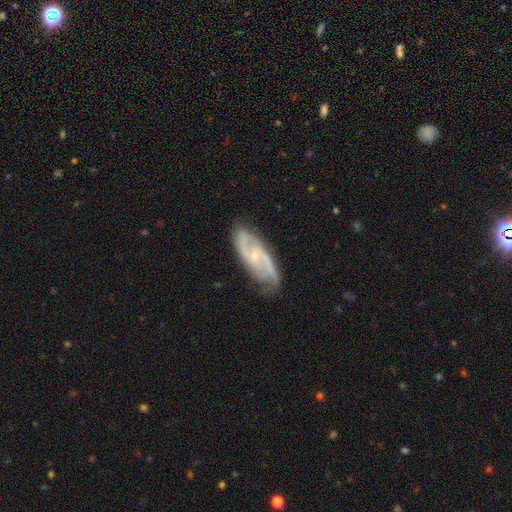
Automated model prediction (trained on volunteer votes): Smooth or featured?
  - featured or disk: 83% *
  - smooth: 11%
  - star or artifact: 6%
Edge-on disk?
  - no: 92% *
  - yes: 8%
Bar?
  - weak: 44% *
  - no: 42%
  - strong: 15%
Spiral arms?
  - yes: 96% *
  - no: 4%
Spiral winding?
  - medium: 47% *
  - tight: 27%
  - loose: 26%
Spiral arm count?
  - 2: 73% *
  - can't tell: 11%
  - 3: 9%
  - 1: 3%
  - 4: 2%
  - more than 4: 2%
Bulge size?
  - small: 75% *
  - moderate: 16%
  - none: 7%
  - large: 1%
  - dominant: 1%
Merging?
  - none: 76% *
  - minor disturbance: 18%
  - major disturbance: 4%
  - merger: 1%